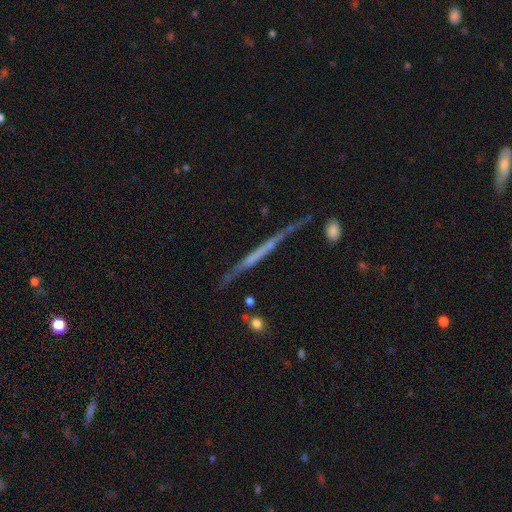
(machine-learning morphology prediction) type=featured or disk (65%); edge-on=yes (93%); edge-on bulge=none (79%); merging=none (70%).